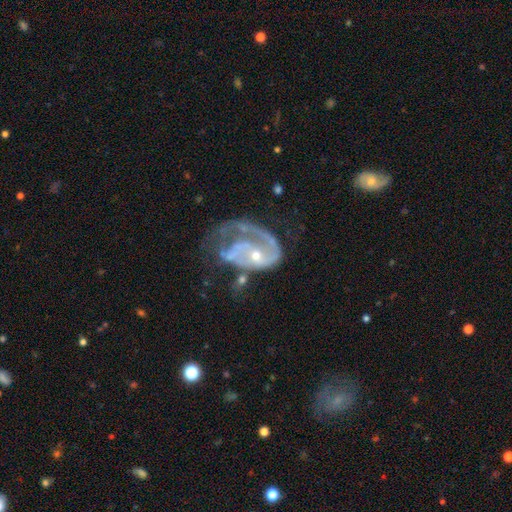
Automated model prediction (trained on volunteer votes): Smooth or featured?
  - featured or disk: 85% *
  - smooth: 9%
  - star or artifact: 5%
Edge-on disk?
  - no: 98% *
  - yes: 2%
Bar?
  - no: 67% *
  - weak: 26%
  - strong: 7%
Spiral arms?
  - yes: 86% *
  - no: 14%
Spiral winding?
  - medium: 40% *
  - tight: 34%
  - loose: 26%
Spiral arm count?
  - 1: 52% *
  - 2: 28%
  - can't tell: 13%
  - 3: 4%
  - 4: 2%
  - more than 4: 2%
Bulge size?
  - small: 64% *
  - moderate: 32%
  - none: 2%
  - large: 1%
  - dominant: 1%
Merging?
  - major disturbance: 48% *
  - none: 24%
  - minor disturbance: 18%
  - merger: 10%